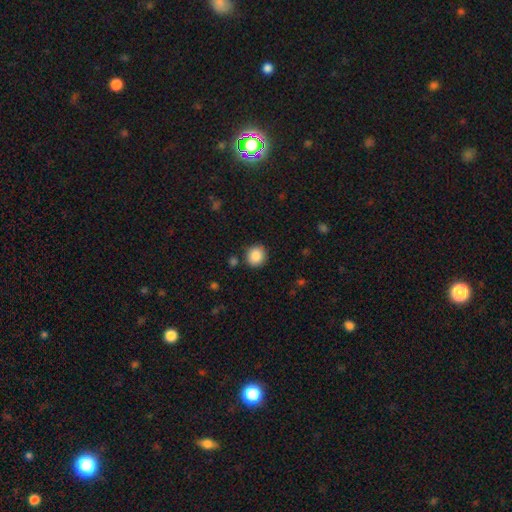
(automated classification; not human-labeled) A smooth galaxy with no disk features (87%) that is round (86%). Merging: none (87%).